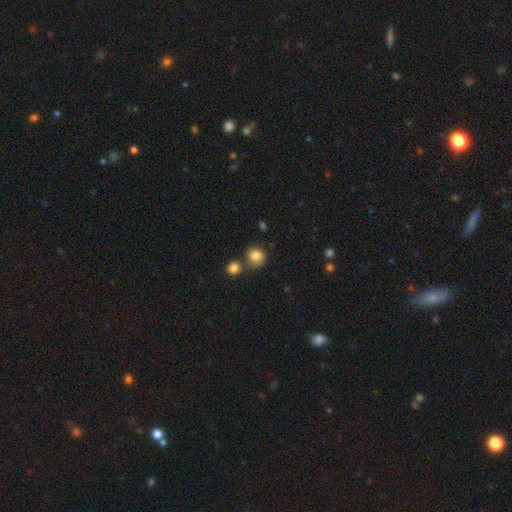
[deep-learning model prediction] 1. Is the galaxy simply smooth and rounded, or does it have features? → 83% smooth, 10% star or artifact, 7% featured or disk.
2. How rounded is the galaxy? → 85% round, 14% in between, 1% cigar-shaped.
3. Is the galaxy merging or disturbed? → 61% none, 22% merger, 13% minor disturbance, 4% major disturbance.